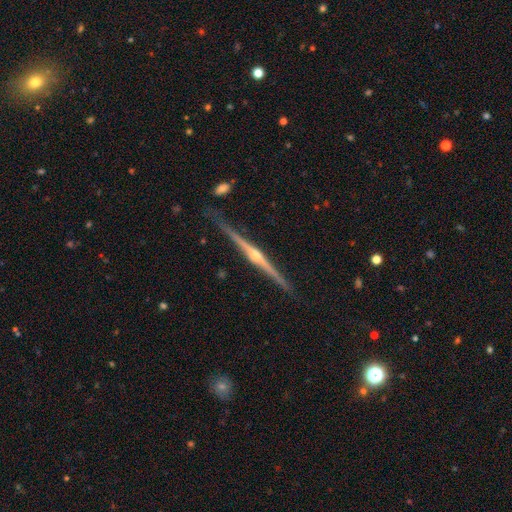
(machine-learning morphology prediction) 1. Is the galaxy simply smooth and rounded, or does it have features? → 88% featured or disk, 7% smooth, 5% star or artifact.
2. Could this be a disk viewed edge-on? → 99% yes, 1% no.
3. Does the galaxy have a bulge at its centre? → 92% rounded, 5% none, 3% boxy.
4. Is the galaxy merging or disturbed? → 87% none, 9% minor disturbance, 2% merger, 2% major disturbance.